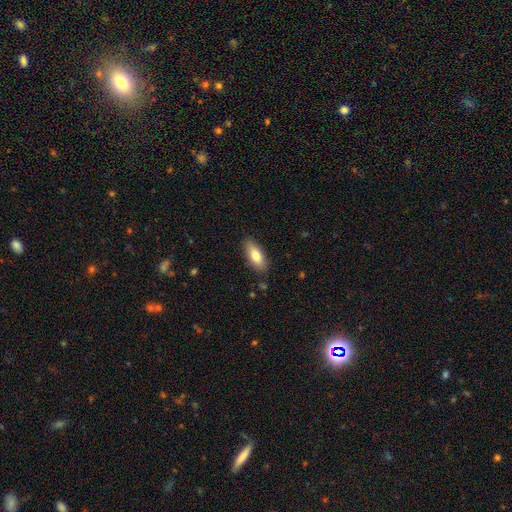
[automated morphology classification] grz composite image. It shows a smooth galaxy with no disk features (79%) that is in between round and cigar-shaped (80%). Merging: none (85%).